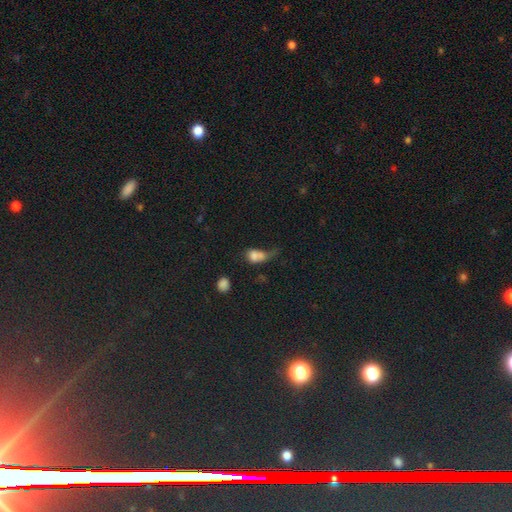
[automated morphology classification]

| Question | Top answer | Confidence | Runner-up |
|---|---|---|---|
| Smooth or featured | smooth | 68% | featured or disk (17%) |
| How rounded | in between | 63% | round (32%) |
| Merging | major disturbance | 33% | merger (32%) |